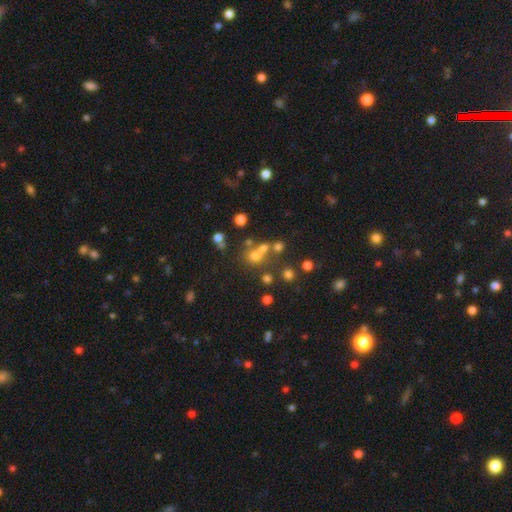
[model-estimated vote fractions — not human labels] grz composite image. It shows a smooth galaxy with no disk features (54%) that is round (76%). Merging: none (46%).